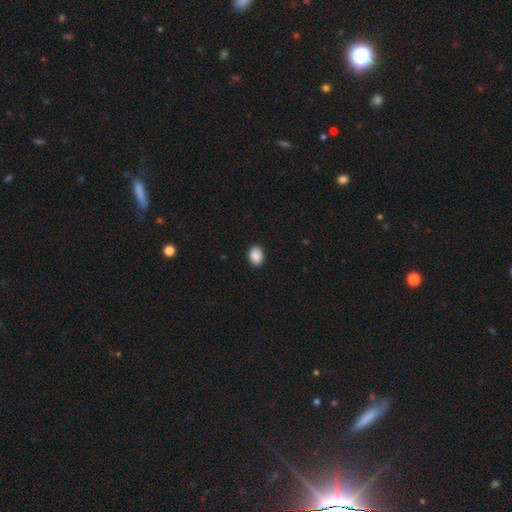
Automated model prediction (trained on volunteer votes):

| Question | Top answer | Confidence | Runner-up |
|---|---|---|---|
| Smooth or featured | smooth | 90% | star or artifact (7%) |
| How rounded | in between | 70% | round (29%) |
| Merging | none | 91% | minor disturbance (7%) |